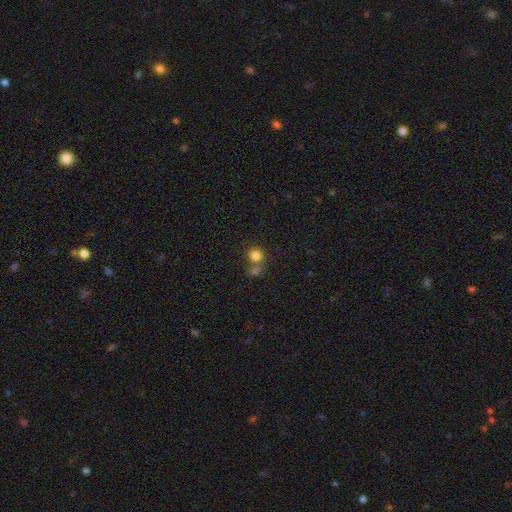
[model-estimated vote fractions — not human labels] A smooth galaxy with no disk features (81%) that is round (88%). Merging: none (54%).